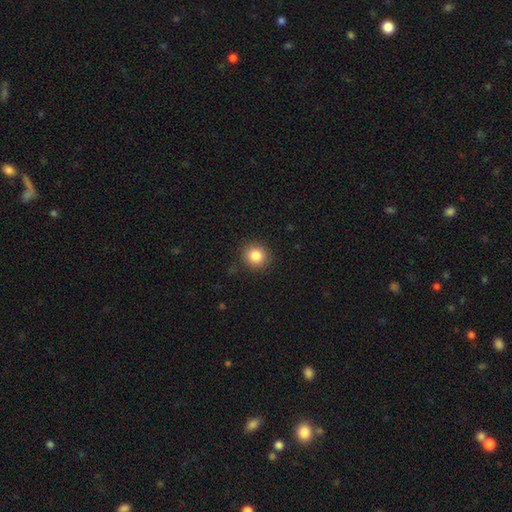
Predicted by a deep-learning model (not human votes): Smooth or featured? smooth (85%)
How rounded? round (89%)
Merging? none (90%)